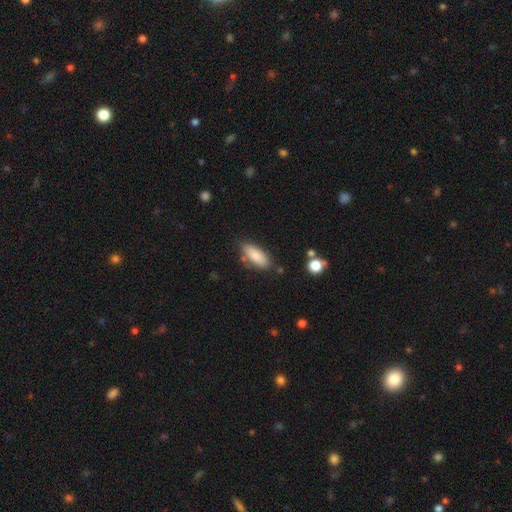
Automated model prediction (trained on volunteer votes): Q: Smooth or featured?
A: smooth (83%); runner-up: featured or disk (10%)
Q: How rounded?
A: in between (79%); runner-up: cigar-shaped (19%)
Q: Merging?
A: none (76%); runner-up: minor disturbance (16%)